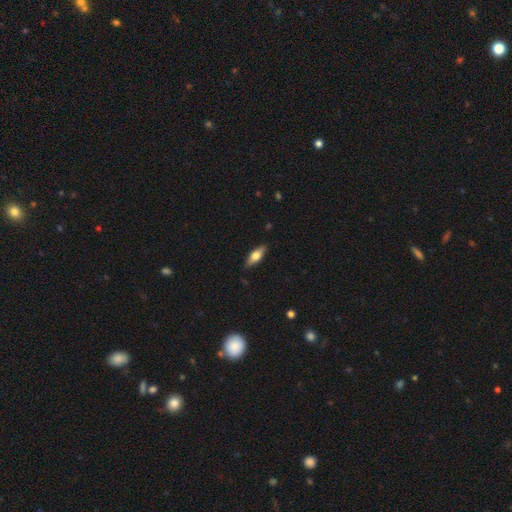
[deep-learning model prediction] This is possibly a smooth galaxy (55%). How rounded: likely in between (64%). Merging: clearly none (85%).